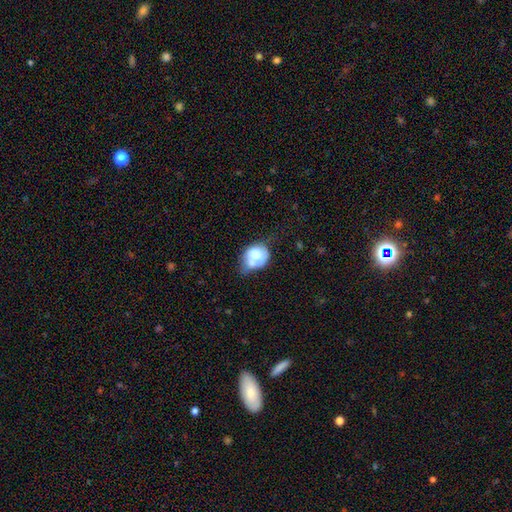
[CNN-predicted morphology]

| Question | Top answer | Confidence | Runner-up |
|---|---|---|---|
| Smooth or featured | smooth | 67% | featured or disk (25%) |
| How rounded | round | 50% | in between (49%) |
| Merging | minor disturbance | 40% | none (31%) |